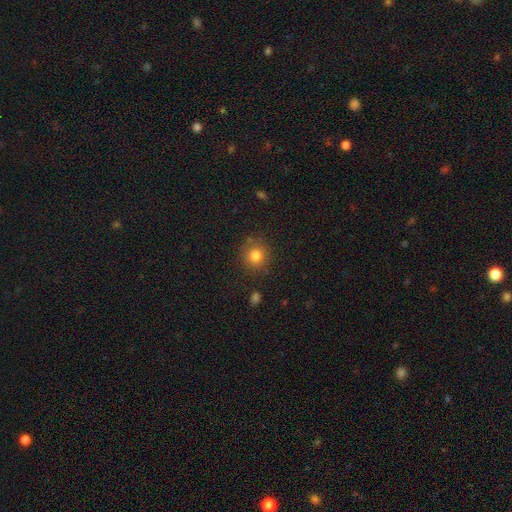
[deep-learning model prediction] Smooth or featured?
  - smooth: 81% *
  - star or artifact: 12%
  - featured or disk: 7%
How rounded?
  - round: 91% *
  - in between: 8%
  - cigar-shaped: 1%
Merging?
  - none: 85% *
  - minor disturbance: 9%
  - major disturbance: 3%
  - merger: 2%